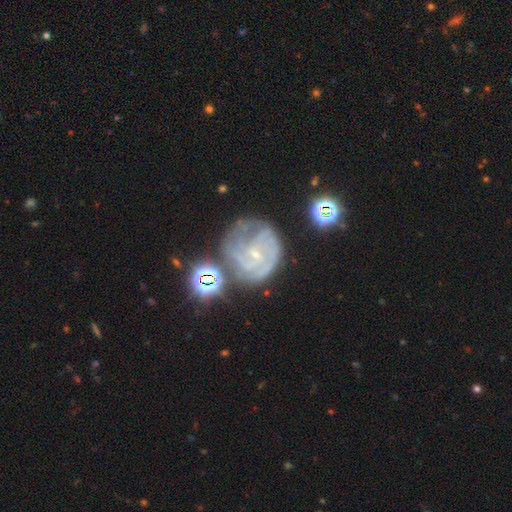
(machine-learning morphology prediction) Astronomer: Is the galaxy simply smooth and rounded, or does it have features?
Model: featured or disk — 80%.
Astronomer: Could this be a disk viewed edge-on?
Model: no — 98%.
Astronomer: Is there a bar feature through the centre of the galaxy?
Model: no — 62%.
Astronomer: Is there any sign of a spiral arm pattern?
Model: yes — 95%.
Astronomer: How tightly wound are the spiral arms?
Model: tight — 64%.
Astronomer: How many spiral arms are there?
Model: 3 — 30% (runner-up: can't tell, 25%).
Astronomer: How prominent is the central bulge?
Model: small — 84%.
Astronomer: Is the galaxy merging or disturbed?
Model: none — 55%.